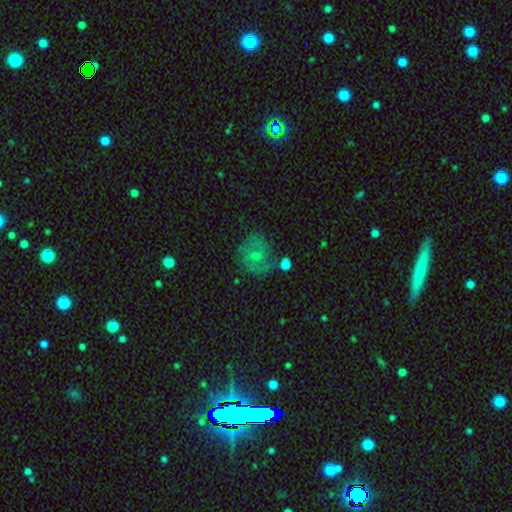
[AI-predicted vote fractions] This appears to be a featured or disk galaxy (57%) with no bar (55%), spiral arms (82%) and a small central bulge (61%). Merging: none (67%).